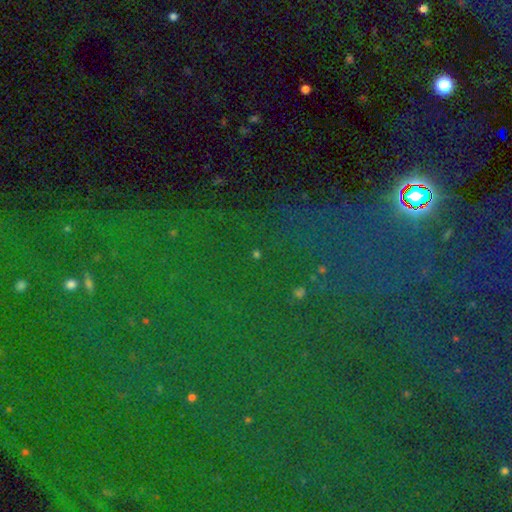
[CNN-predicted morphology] star or artifact 81%, smooth 11%, featured or disk 8%.